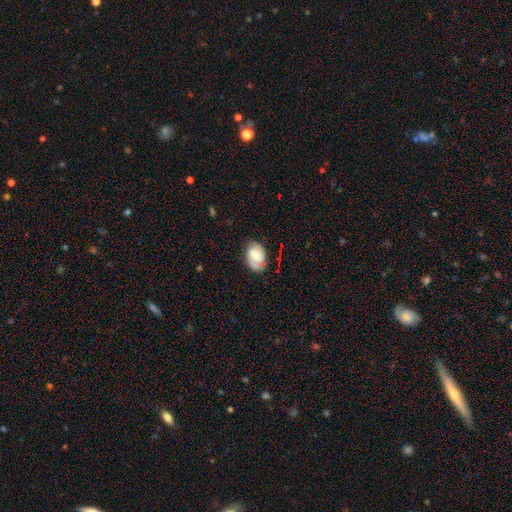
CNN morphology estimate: Q: Smooth or featured?
A: featured or disk (63%); runner-up: smooth (30%)
Q: Edge-on disk?
A: no (97%); runner-up: yes (3%)
Q: Bar?
A: weak (45%); runner-up: no (43%)
Q: Spiral arms?
A: yes (90%); runner-up: no (10%)
Q: Spiral winding?
A: tight (46%); runner-up: medium (40%)
Q: Spiral arm count?
A: 2 (75%); runner-up: can't tell (11%)
Q: Bulge size?
A: moderate (45%); runner-up: small (37%)
Q: Merging?
A: none (75%); runner-up: minor disturbance (18%)